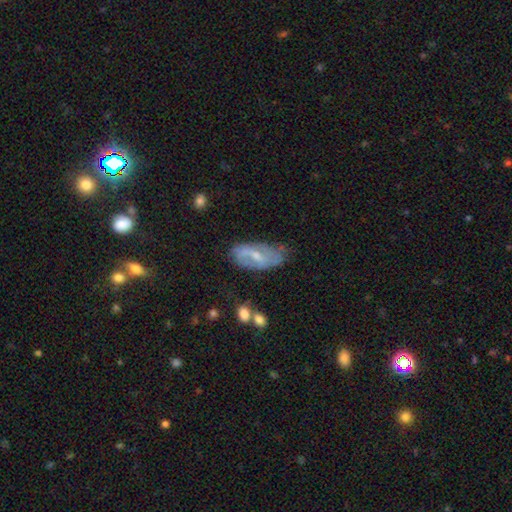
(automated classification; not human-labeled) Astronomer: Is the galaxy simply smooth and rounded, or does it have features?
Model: featured or disk — 59%.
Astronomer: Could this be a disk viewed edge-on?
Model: no — 90%.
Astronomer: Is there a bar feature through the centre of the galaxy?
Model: weak — 49% (runner-up: no, 28%).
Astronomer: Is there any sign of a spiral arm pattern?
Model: yes — 68%.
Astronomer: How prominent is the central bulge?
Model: small — 52% (runner-up: moderate, 40%).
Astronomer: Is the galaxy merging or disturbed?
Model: none — 58%.